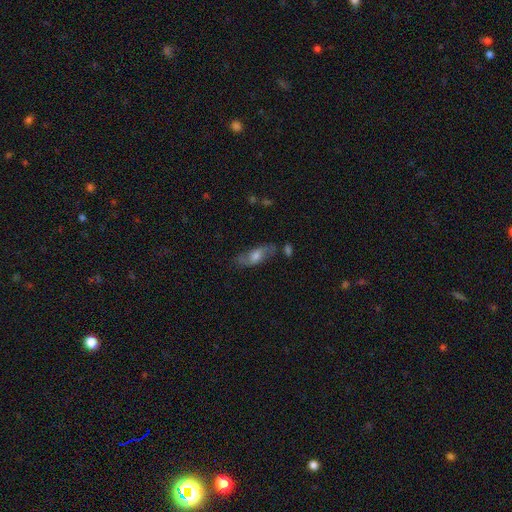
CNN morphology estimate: Smooth or featured? Predicted: featured or disk (p=0.47). Merging? Predicted: none (p=0.70).